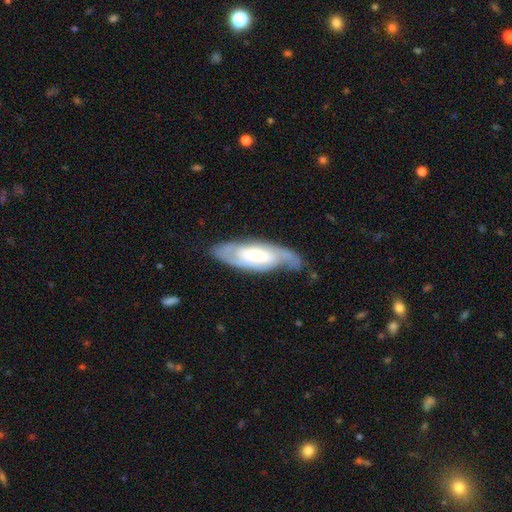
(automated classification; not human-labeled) This is likely a featured or disk galaxy (73%). It is clearly not viewed edge-on (86%). Bar: possibly no (46%). Spiral arm pattern: clearly yes (89%). Spiral arm count: likely 2 (70%). Spiral winding: marginally tight (43%). Central bulge: marginally moderate (37%). Merging: likely none (68%).